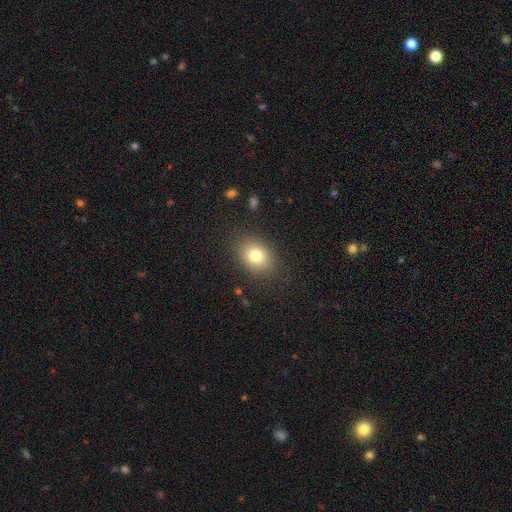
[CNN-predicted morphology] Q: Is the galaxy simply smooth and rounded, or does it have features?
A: smooth — 78%.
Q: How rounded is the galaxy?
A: in between — 56%.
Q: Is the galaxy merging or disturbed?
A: none — 84%.